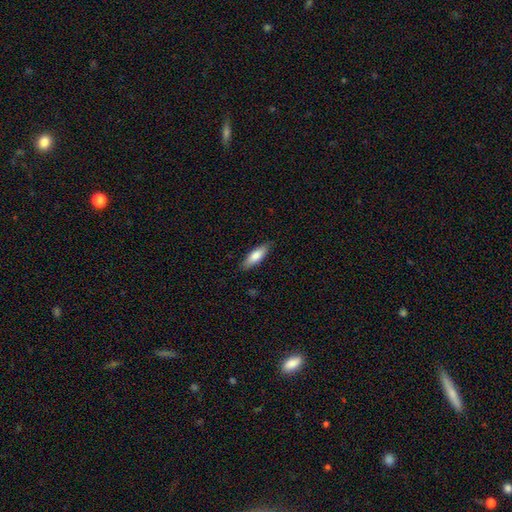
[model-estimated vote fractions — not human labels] The model was most divided on "how rounded": in between: 52%, cigar-shaped: 46%, round: 2%. More confident: merging — none (86%); smooth or featured — smooth (78%).